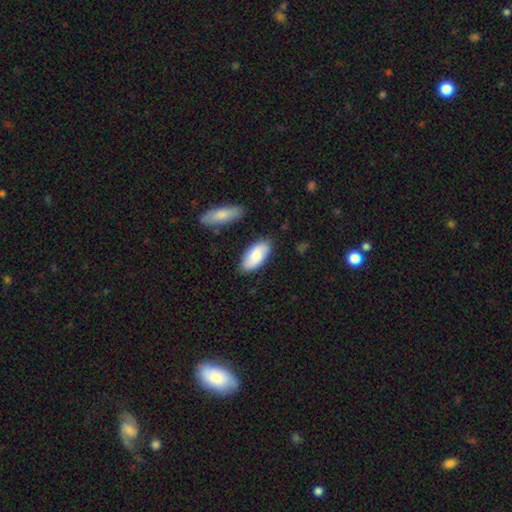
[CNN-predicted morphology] This appears to be a smooth galaxy with no disk features (71%) that is in between round and cigar-shaped (92%). Merging: none (82%).